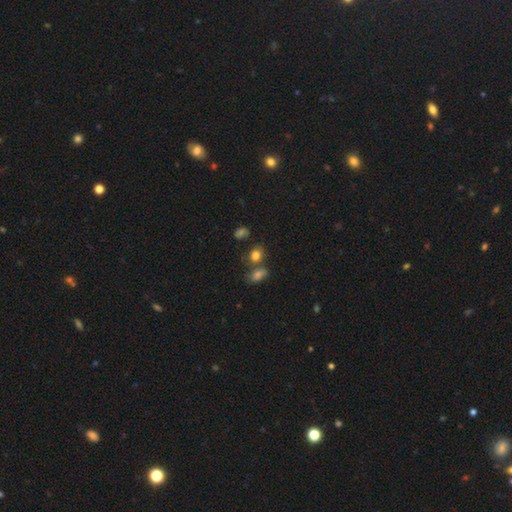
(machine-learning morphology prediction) This is likely a smooth galaxy (78%). How rounded: possibly in between (55%). Merging: possibly none (56%).